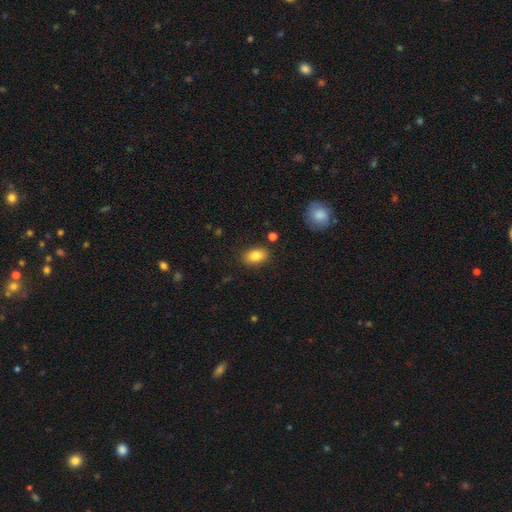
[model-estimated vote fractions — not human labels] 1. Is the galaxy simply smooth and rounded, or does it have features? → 84% smooth, 9% star or artifact, 8% featured or disk.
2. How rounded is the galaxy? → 84% in between, 14% round, 2% cigar-shaped.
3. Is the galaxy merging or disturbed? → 85% none, 10% minor disturbance, 3% major disturbance, 2% merger.